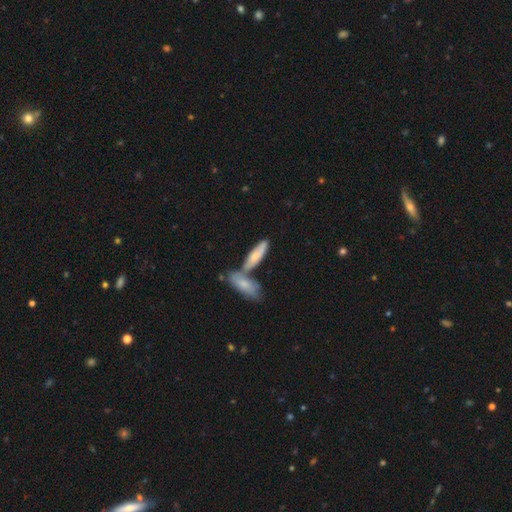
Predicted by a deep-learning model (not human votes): Smooth or featured: smooth — 66% (featured or disk — 28%)
How rounded: cigar-shaped — 55% (in between — 43%)
Merging: merger — 44% (none — 41%)